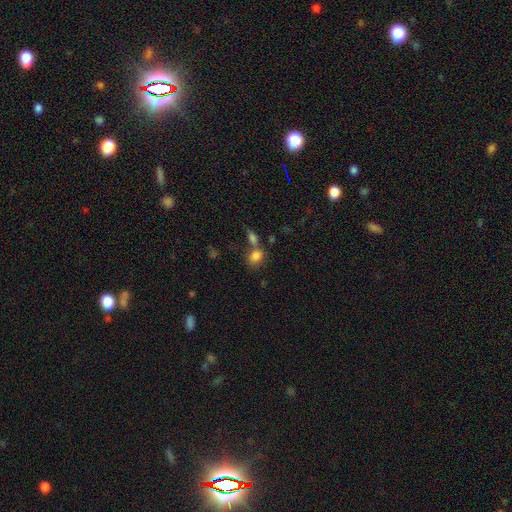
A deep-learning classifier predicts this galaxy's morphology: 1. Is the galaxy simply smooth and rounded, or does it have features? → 82% smooth, 10% star or artifact, 7% featured or disk.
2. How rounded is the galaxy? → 64% in between, 35% round, 2% cigar-shaped.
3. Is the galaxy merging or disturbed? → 45% none, 38% merger, 11% minor disturbance, 5% major disturbance.